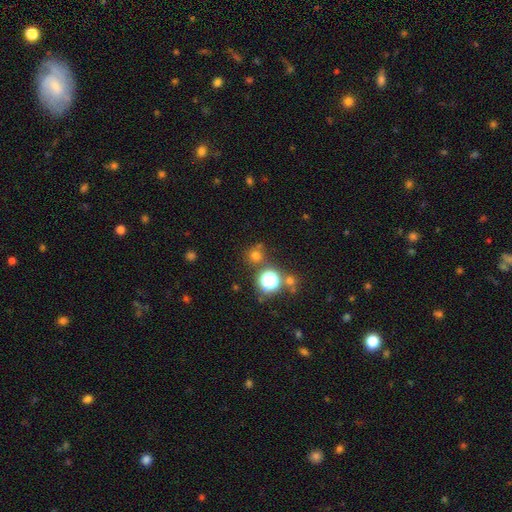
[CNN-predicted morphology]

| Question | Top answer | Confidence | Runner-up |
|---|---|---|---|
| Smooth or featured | smooth | 64% | star or artifact (29%) |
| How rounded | round | 92% | in between (7%) |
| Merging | none | 76% | merger (11%) |